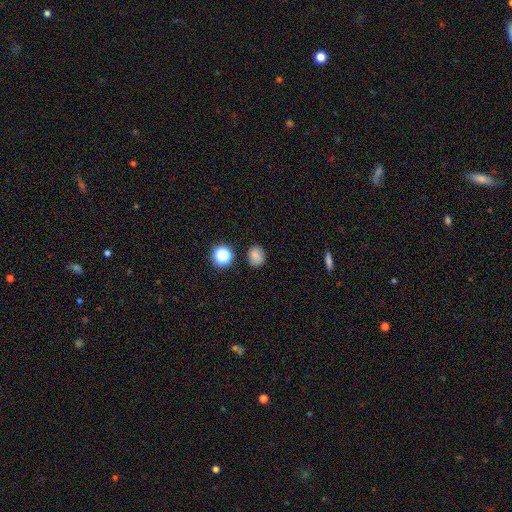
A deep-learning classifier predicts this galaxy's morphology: A smooth galaxy with no disk features (79%) that is round (63%). Merging: none (82%).